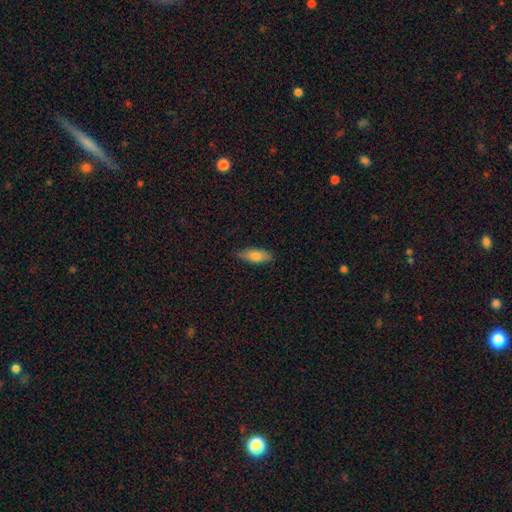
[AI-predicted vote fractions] smooth_or_featured: smooth (p=0.77) [alt: featured or disk p=0.16]
how_rounded: in between (p=0.74) [alt: cigar-shaped p=0.24]
merging: none (p=0.82) [alt: minor disturbance p=0.15]